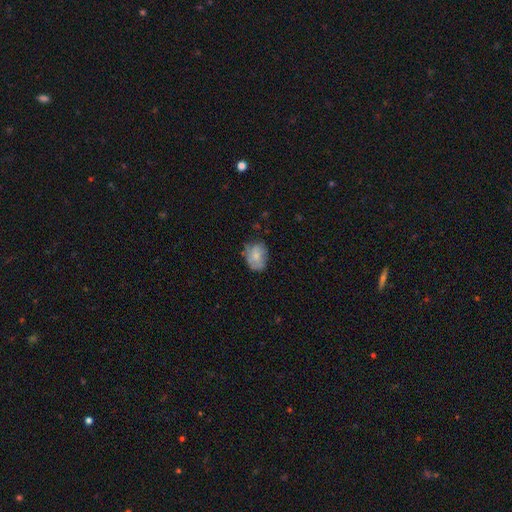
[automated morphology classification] smooth 70%, featured or disk 23%, star or artifact 8%. Down the decision tree: how rounded — in between (62%); merging — none (59%).